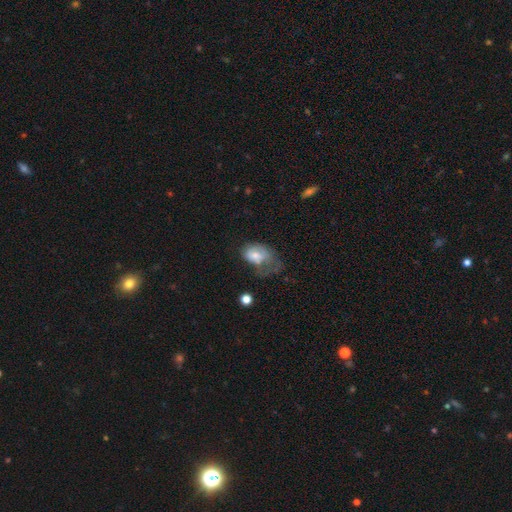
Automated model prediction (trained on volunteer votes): Smooth or featured? smooth (62%)
How rounded? in between (79%)
Merging? major disturbance (55%)